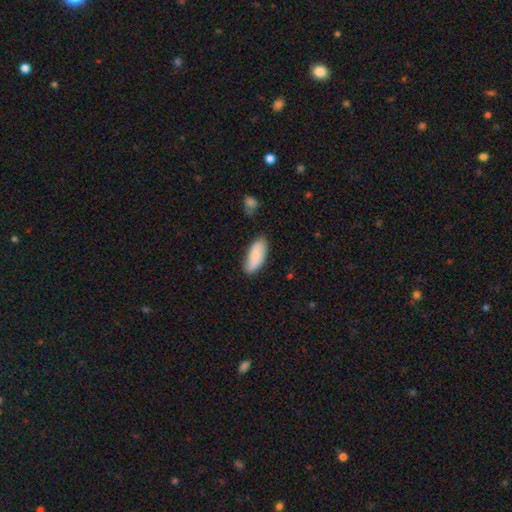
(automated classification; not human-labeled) Smooth or featured: smooth — 83% (featured or disk — 11%)
How rounded: in between — 81% (cigar-shaped — 17%)
Merging: none — 79% (minor disturbance — 16%)